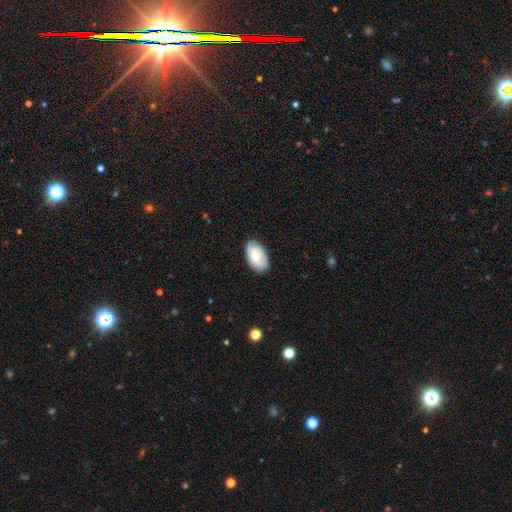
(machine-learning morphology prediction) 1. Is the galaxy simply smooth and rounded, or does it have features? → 67% smooth, 27% featured or disk, 7% star or artifact.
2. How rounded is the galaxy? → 94% in between, 5% round, 1% cigar-shaped.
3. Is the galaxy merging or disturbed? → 78% none, 18% minor disturbance, 3% major disturbance, 1% merger.